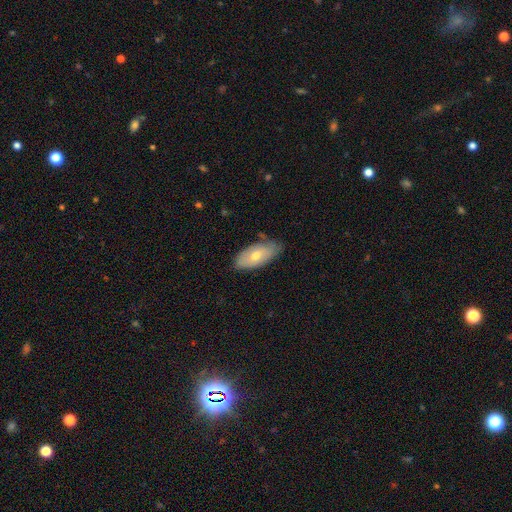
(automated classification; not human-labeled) This is possibly a smooth galaxy (60%). How rounded: clearly in between (90%). Merging: likely none (73%).